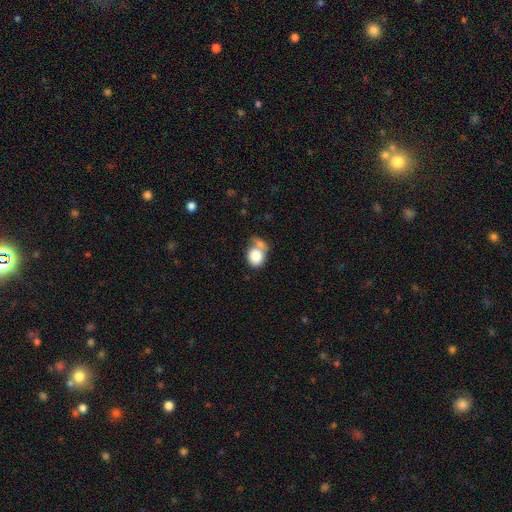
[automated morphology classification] Overall: smooth (82%). How rounded: round (61%; in between 38%). Merging: merger (39%; none 36%).